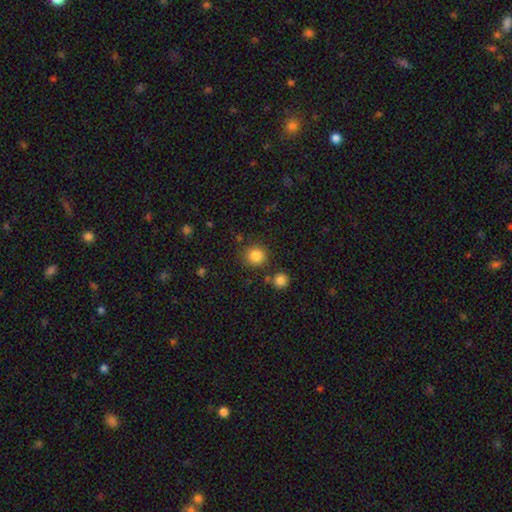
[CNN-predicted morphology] This appears to be a smooth galaxy with no disk features (85%) that is round (92%). Merging: none (84%).